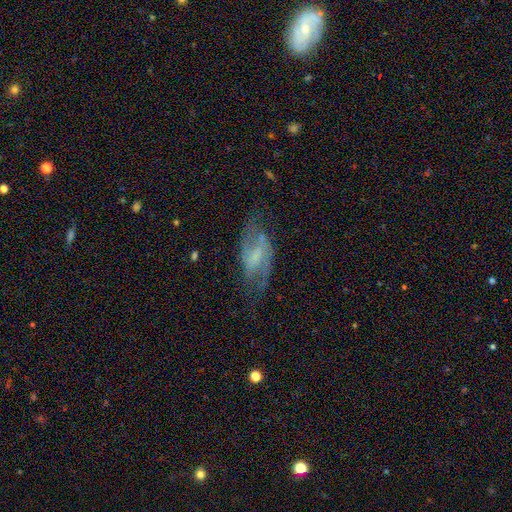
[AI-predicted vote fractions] Morphology: type=featured or disk (75%); edge-on=no (93%); bar=weak (49%); spiral arms=yes (88%); winding=medium (45%); arm count=2 (84%); bulge=none (37%); merging=none (62%).